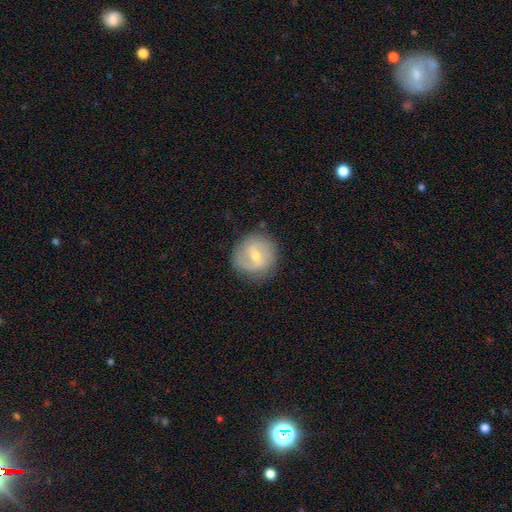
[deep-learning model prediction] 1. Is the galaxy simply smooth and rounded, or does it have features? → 63% featured or disk, 31% smooth, 6% star or artifact.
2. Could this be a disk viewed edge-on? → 97% no, 3% yes.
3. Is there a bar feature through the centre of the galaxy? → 60% weak, 21% no, 20% strong.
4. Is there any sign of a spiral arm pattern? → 81% yes, 19% no.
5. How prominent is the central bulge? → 51% moderate, 45% small, 2% large, 1% none, 1% dominant.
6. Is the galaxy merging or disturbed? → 80% none, 14% minor disturbance, 5% major disturbance, 1% merger.